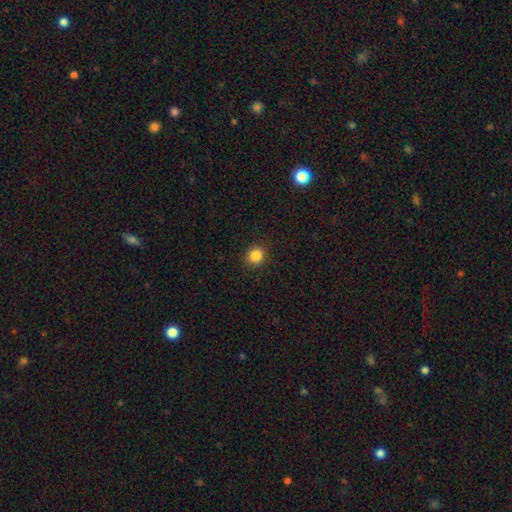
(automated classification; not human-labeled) Q: Smooth or featured?
A: smooth (85%); runner-up: star or artifact (11%)
Q: How rounded?
A: round (78%); runner-up: in between (21%)
Q: Merging?
A: none (90%); runner-up: minor disturbance (7%)